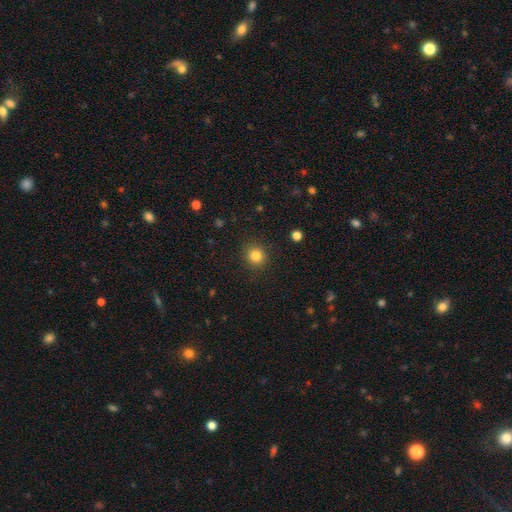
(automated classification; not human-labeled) The model was most divided on "smooth or featured": smooth: 83%, star or artifact: 12%, featured or disk: 5%. More confident: how rounded — round (90%); merging — none (89%).